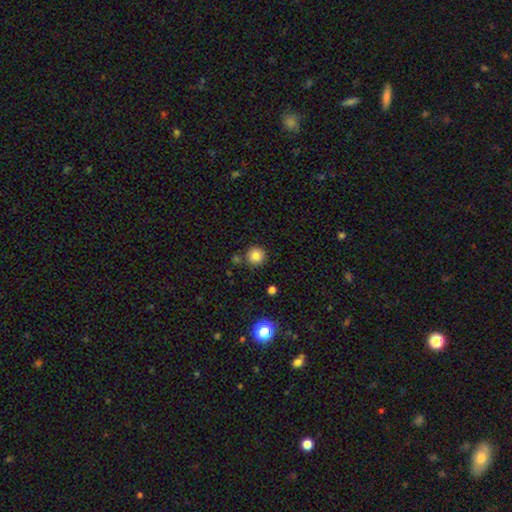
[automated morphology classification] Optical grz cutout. It shows a smooth galaxy with no disk features (84%) that is round (95%). Merging: none (84%).